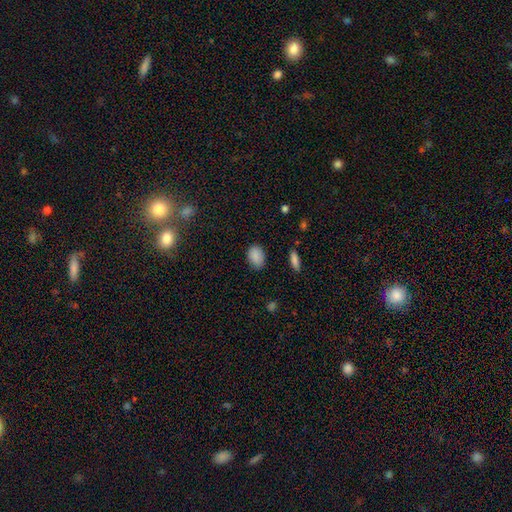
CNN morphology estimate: Overall: smooth (87%). How rounded: in between (81%). Merging: none (80%).